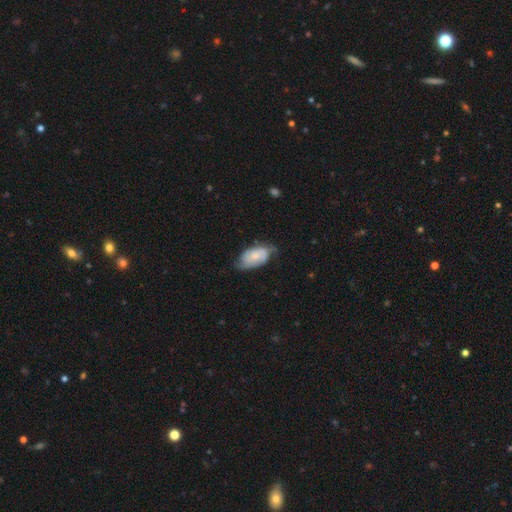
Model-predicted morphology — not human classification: A smooth galaxy with no disk features (59%) that is in between round and cigar-shaped (94%).

Vote fractions:
- Smooth or featured? smooth: 59% / featured or disk: 35% / star or artifact: 7%
- How rounded? in between: 94% / round: 4% / cigar-shaped: 2%
- Merging? none: 50% / minor disturbance: 38% / major disturbance: 10% / merger: 2%